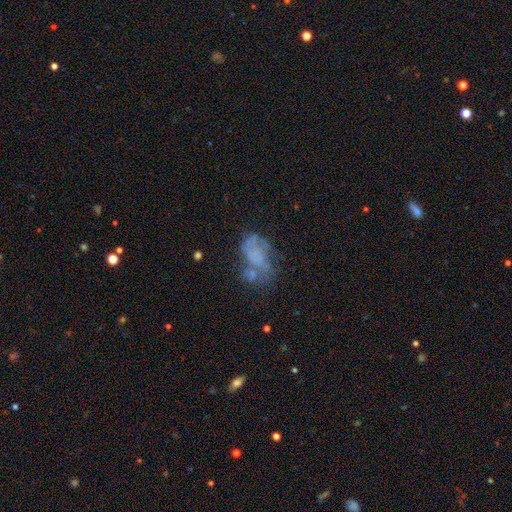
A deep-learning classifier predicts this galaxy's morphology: The model was most divided on "merging": major disturbance: 31%, none: 30%, minor disturbance: 22%, merger: 17%. Remaining: smooth or featured — featured or disk (45%).